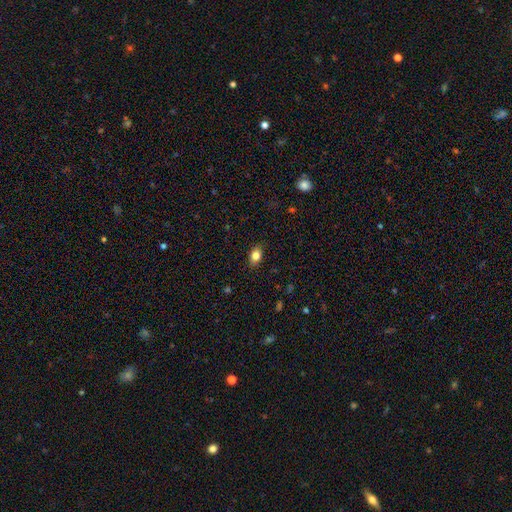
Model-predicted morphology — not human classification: Overall: smooth (82%). How rounded: in between (79%). Merging: none (86%).